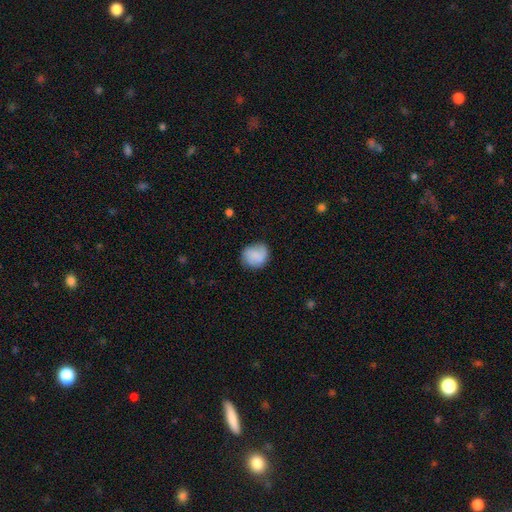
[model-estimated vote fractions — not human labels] Smooth or featured: smooth — 81% (featured or disk — 12%)
How rounded: round — 74% (in between — 25%)
Merging: none — 75% (minor disturbance — 19%)